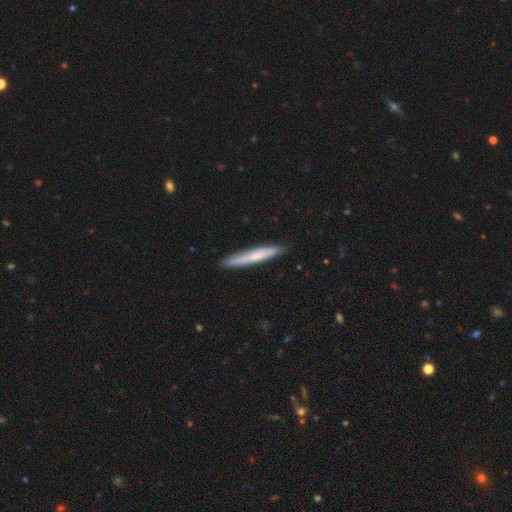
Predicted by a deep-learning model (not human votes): smooth 61%, featured or disk 33%, star or artifact 6%. Down the decision tree: how rounded — cigar-shaped (95%); merging — none (88%).